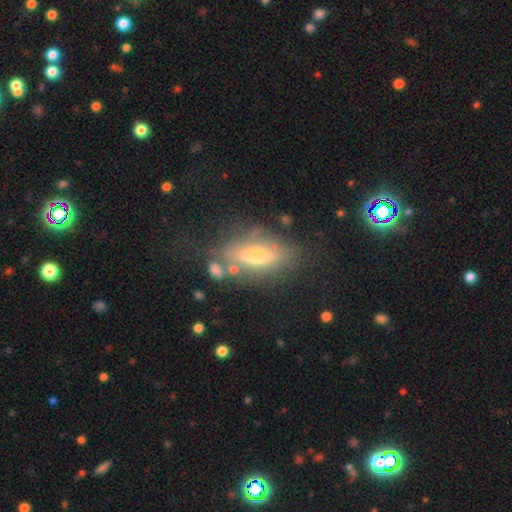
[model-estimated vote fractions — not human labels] Overall: smooth (43%, tied with featured or disk). Merging: none (59%; minor disturbance 21%).